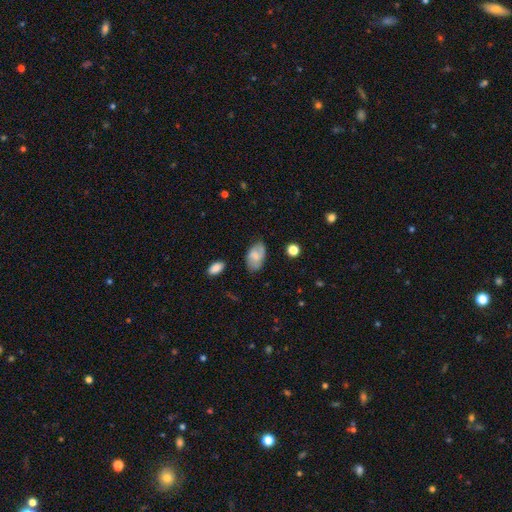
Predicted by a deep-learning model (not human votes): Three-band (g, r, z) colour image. It shows a smooth galaxy with no disk features (61%) that is in between round and cigar-shaped (92%). Merging: none (70%).